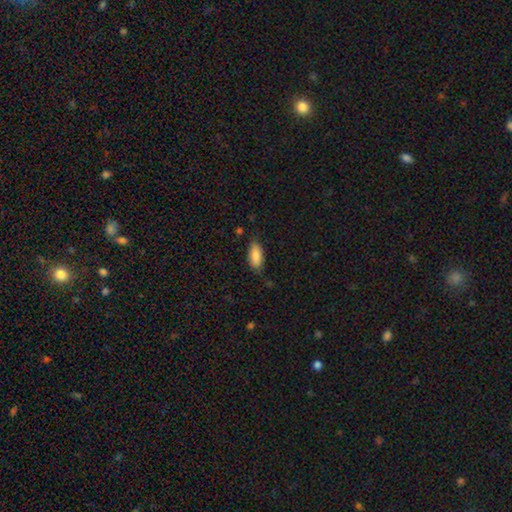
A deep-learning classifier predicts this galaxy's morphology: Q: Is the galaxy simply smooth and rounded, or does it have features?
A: smooth — 87%.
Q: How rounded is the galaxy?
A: in between — 87%.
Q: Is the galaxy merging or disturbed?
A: none — 77%.